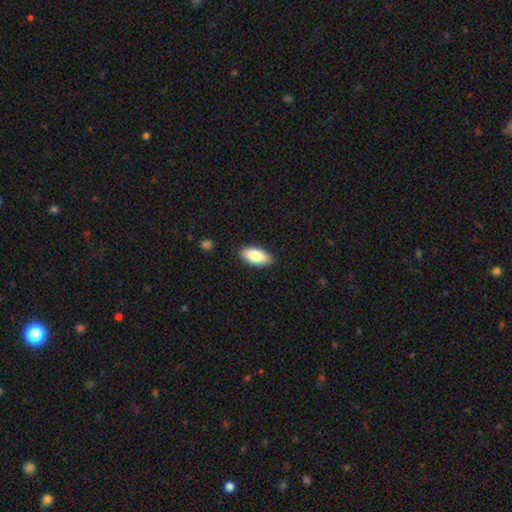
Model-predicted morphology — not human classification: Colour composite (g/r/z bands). It shows a smooth galaxy with no disk features (82%) that is in between round and cigar-shaped (90%). Merging: none (88%).